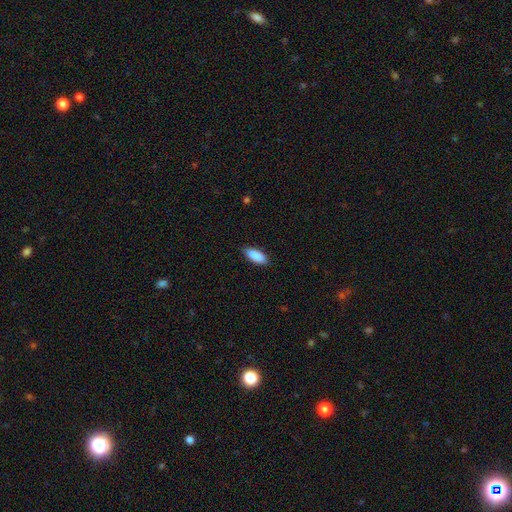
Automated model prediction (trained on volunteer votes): A smooth galaxy with no disk features (90%) that is in between round and cigar-shaped (76%). Merging: none (87%).